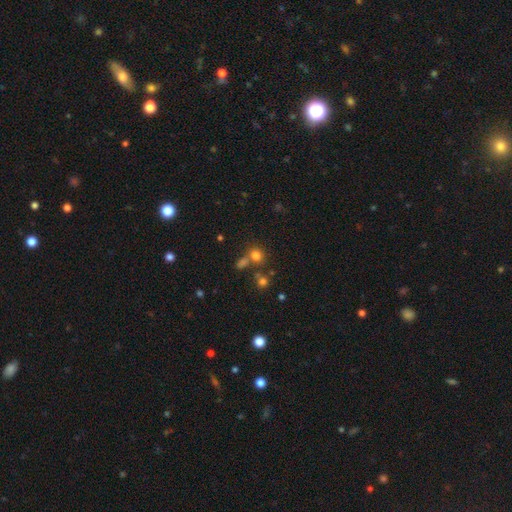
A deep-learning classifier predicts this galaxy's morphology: type=smooth (74%); roundness=round (80%); merging=none (62%).